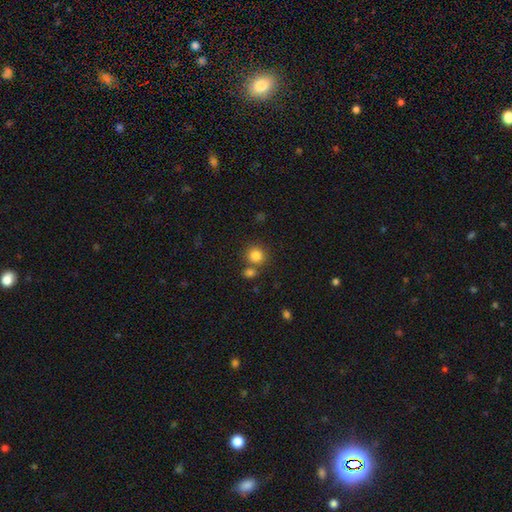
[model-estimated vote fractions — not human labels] Q: Smooth or featured?
A: smooth (84%); runner-up: star or artifact (11%)
Q: How rounded?
A: round (89%); runner-up: in between (10%)
Q: Merging?
A: none (68%); runner-up: merger (20%)